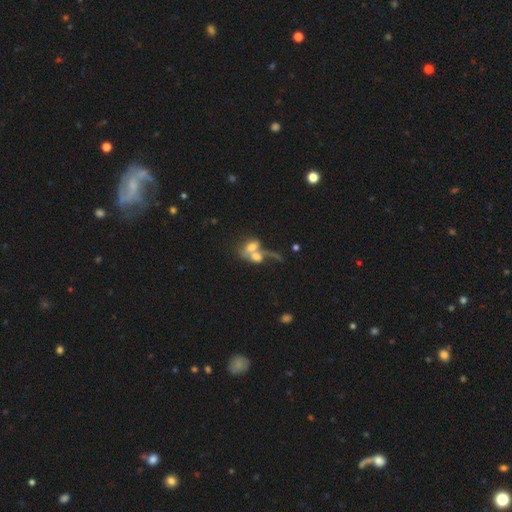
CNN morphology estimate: Smooth or featured? smooth (54%)
How rounded? in between (69%)
Merging? merger (74%)